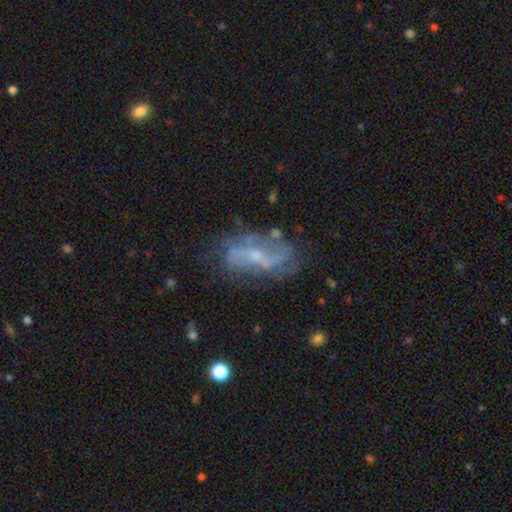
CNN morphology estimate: featured or disk 77%, smooth 14%, star or artifact 9%. Down the decision tree: edge-on disk — no (94%); bar — weak (44%); spiral arms — yes (82%); spiral arm count — 2 (63%); spiral winding — loose (51%); bulge size — small (62%); merging — none (60%).